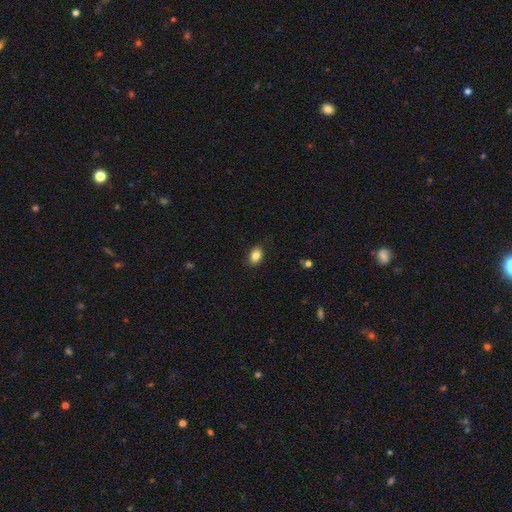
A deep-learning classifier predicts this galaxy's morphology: Overall: smooth (86%). How rounded: in between (82%). Merging: none (87%).